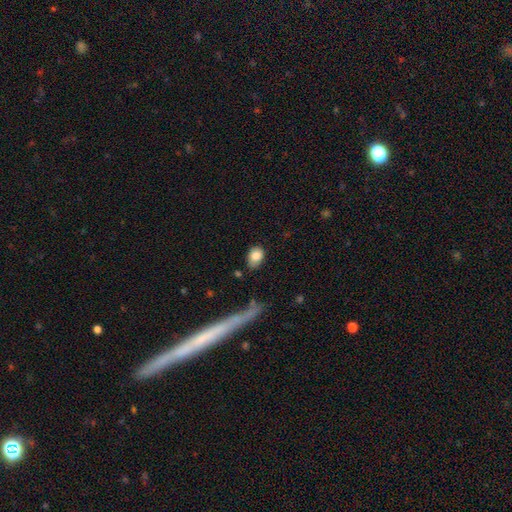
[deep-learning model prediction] smooth-or-featured: smooth: 84% | featured or disk: 9% | star or artifact: 8%
  how-rounded: in between: 70% | round: 28% | cigar-shaped: 2%
  merging: none: 66% | minor disturbance: 24% | major disturbance: 6% | merger: 4%